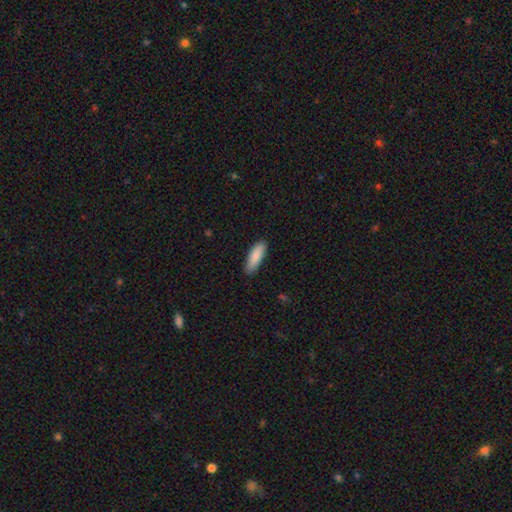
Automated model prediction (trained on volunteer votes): Overall: smooth (87%). How rounded: in between (53%; cigar-shaped 46%). Merging: none (86%).